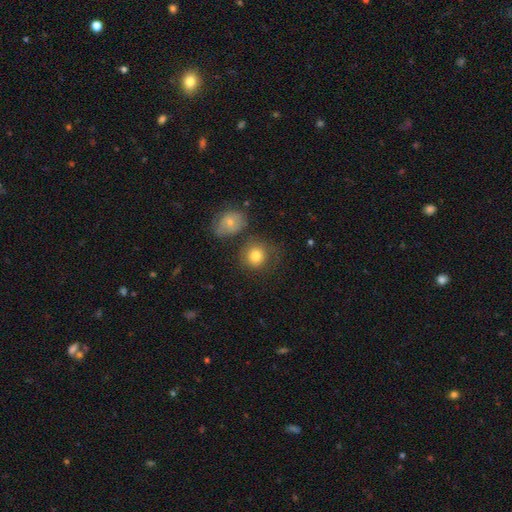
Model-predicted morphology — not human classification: Smooth or featured? Predicted: smooth (p=0.80). How rounded? Predicted: round (p=0.84). Merging? Predicted: none (p=0.61).